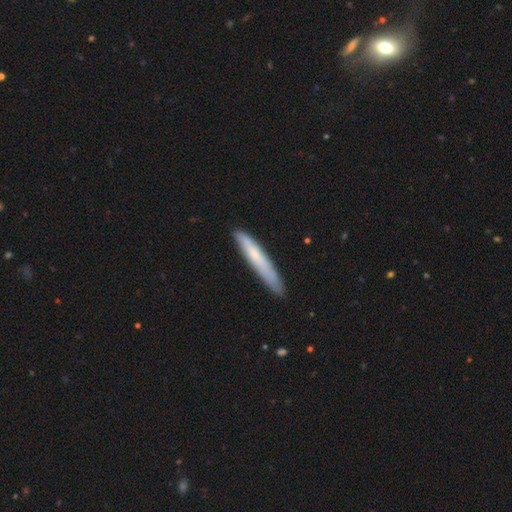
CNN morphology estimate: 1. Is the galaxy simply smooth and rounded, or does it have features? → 64% smooth, 30% featured or disk, 6% star or artifact.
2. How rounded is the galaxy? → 94% cigar-shaped, 5% in between, 1% round.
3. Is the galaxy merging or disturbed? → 80% none, 16% minor disturbance, 3% major disturbance, 2% merger.